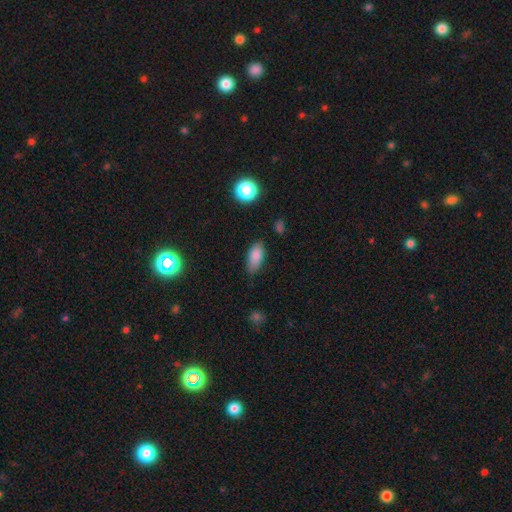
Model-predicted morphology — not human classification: Smooth or featured? Predicted: smooth (p=0.84). How rounded? Predicted: in between (p=0.86). Merging? Predicted: none (p=0.76).